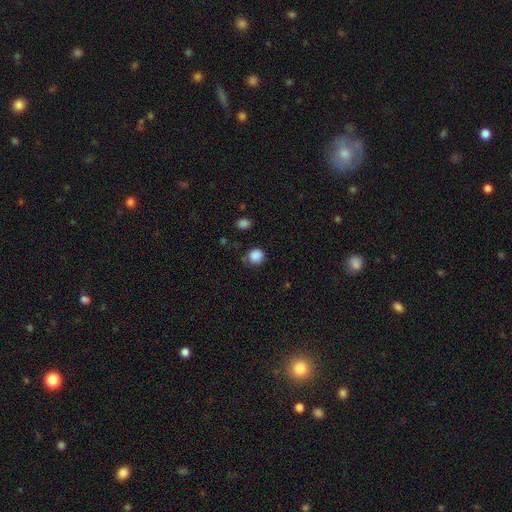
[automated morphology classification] Smooth or featured? smooth (86%)
How rounded? round (89%)
Merging? none (74%)